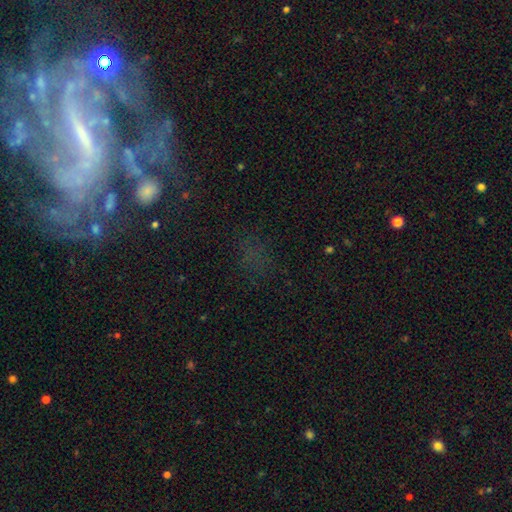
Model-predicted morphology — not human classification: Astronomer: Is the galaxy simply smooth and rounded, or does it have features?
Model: featured or disk — 46% (runner-up: star or artifact, 32%).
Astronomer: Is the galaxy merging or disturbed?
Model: none — 51%.